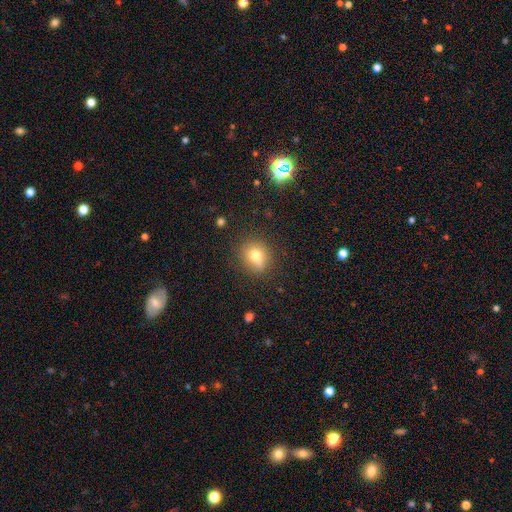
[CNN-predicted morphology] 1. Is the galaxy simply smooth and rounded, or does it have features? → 72% smooth, 15% featured or disk, 13% star or artifact.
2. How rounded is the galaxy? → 76% round, 22% in between, 2% cigar-shaped.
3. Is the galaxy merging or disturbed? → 71% none, 18% minor disturbance, 6% major disturbance, 5% merger.